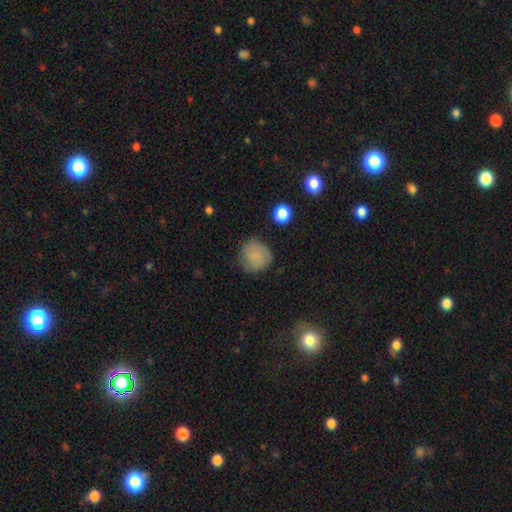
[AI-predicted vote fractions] smooth 76%, featured or disk 14%, star or artifact 9%. Down the decision tree: how rounded — round (88%); merging — none (74%).